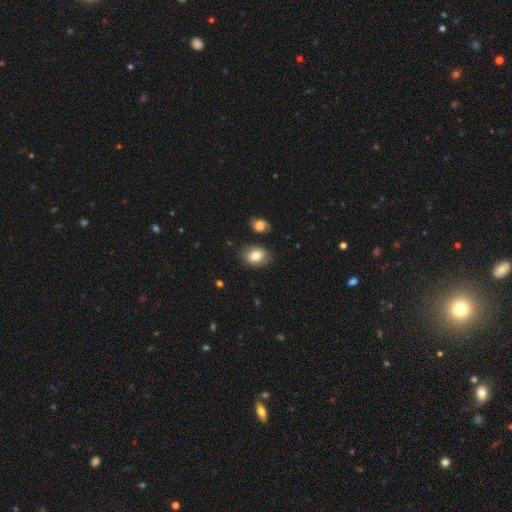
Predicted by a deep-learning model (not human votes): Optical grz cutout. It shows a smooth galaxy with no disk features (81%) that is in between round and cigar-shaped (71%). Merging: none (81%).